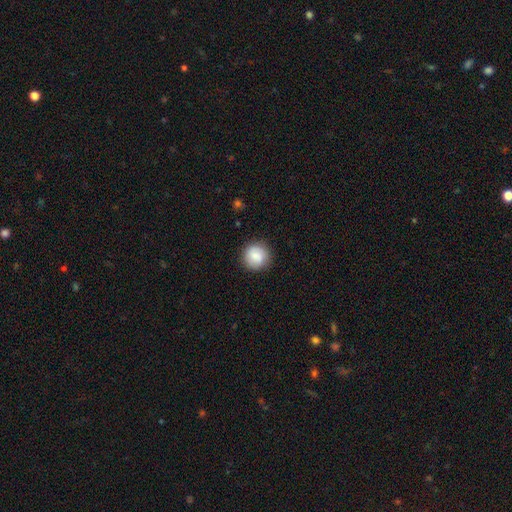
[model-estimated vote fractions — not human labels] Smooth or featured?
  - smooth: 84% *
  - featured or disk: 8%
  - star or artifact: 7%
How rounded?
  - round: 93% *
  - in between: 6%
  - cigar-shaped: 1%
Merging?
  - none: 87% *
  - minor disturbance: 9%
  - major disturbance: 2%
  - merger: 1%